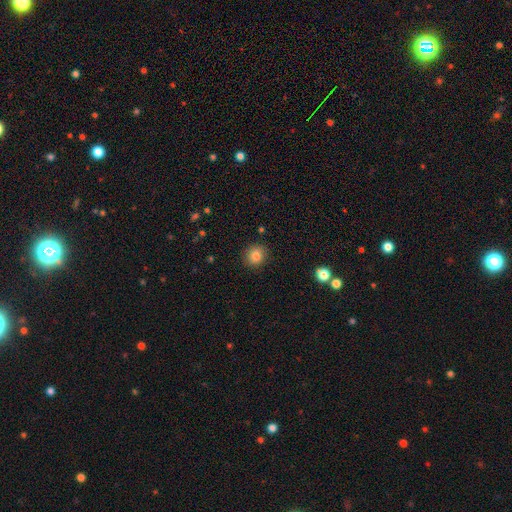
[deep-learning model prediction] Q: Smooth or featured?
A: smooth (82%); runner-up: star or artifact (11%)
Q: How rounded?
A: round (82%); runner-up: in between (17%)
Q: Merging?
A: none (88%); runner-up: minor disturbance (8%)